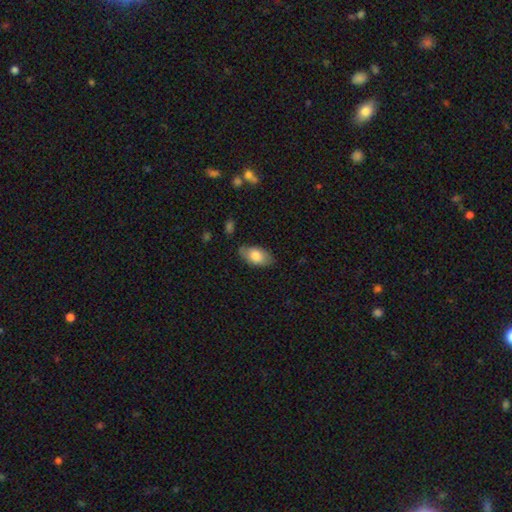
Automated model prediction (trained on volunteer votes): Morphology: type=smooth (77%); roundness=in between (94%); merging=none (76%).